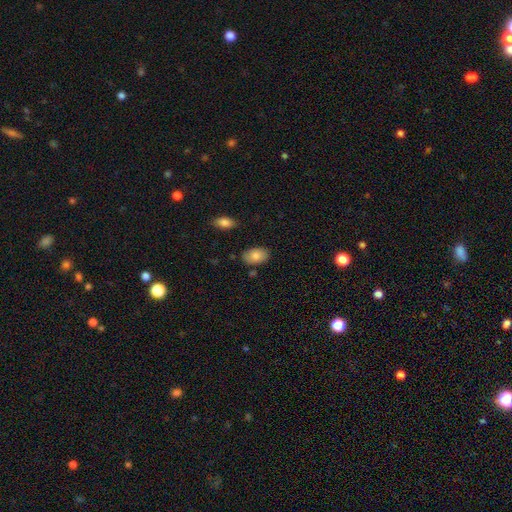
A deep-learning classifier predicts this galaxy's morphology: This appears to be a smooth galaxy with no disk features (84%) that is in between round and cigar-shaped (91%). Merging: none (82%).